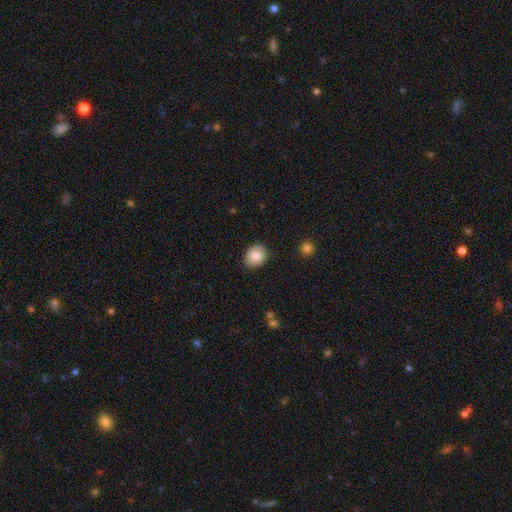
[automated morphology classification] Smooth or featured: smooth — 82% (featured or disk — 10%)
How rounded: round — 60% (in between — 39%)
Merging: none — 88% (minor disturbance — 9%)